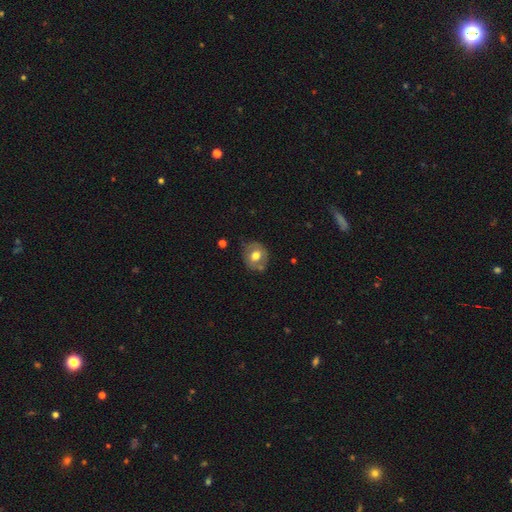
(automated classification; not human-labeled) Smooth or featured? smooth (61%)
How rounded? round (72%)
Merging? none (72%)